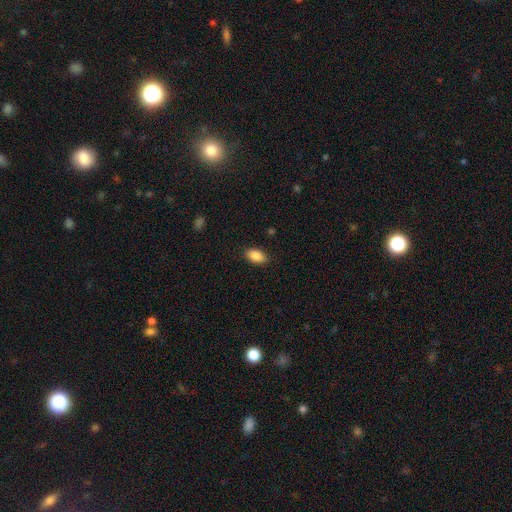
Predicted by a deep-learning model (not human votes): Morphology: type=smooth (89%); roundness=in between (93%); merging=none (88%).